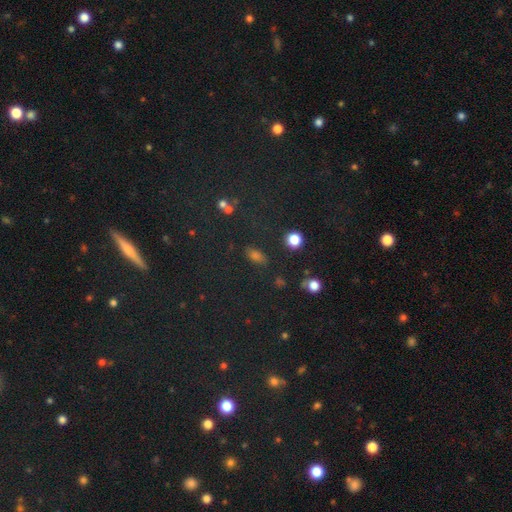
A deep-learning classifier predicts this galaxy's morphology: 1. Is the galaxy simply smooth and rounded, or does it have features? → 69% smooth, 23% star or artifact, 8% featured or disk.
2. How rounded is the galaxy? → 80% in between, 12% round, 8% cigar-shaped.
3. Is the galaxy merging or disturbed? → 79% none, 13% minor disturbance, 5% major disturbance, 3% merger.